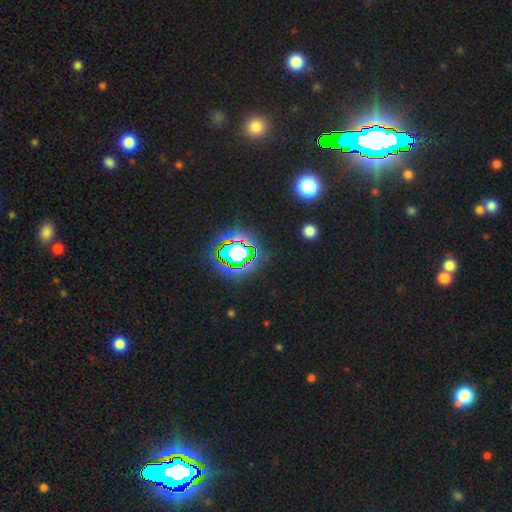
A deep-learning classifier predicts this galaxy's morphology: A star or artifact, not a galaxy (83%).